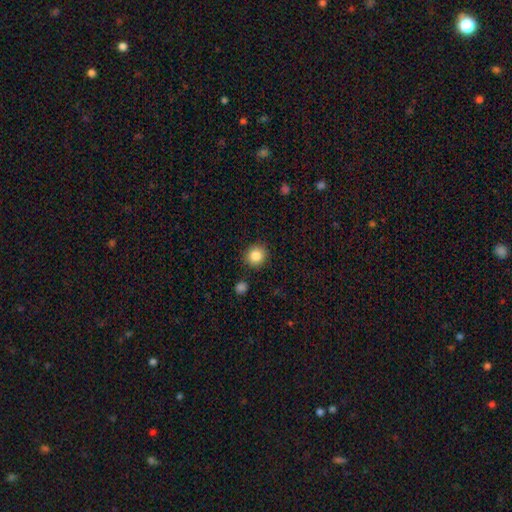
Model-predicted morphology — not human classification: Smooth or featured: smooth — 85% (star or artifact — 10%)
How rounded: round — 85% (in between — 14%)
Merging: none — 88% (minor disturbance — 7%)